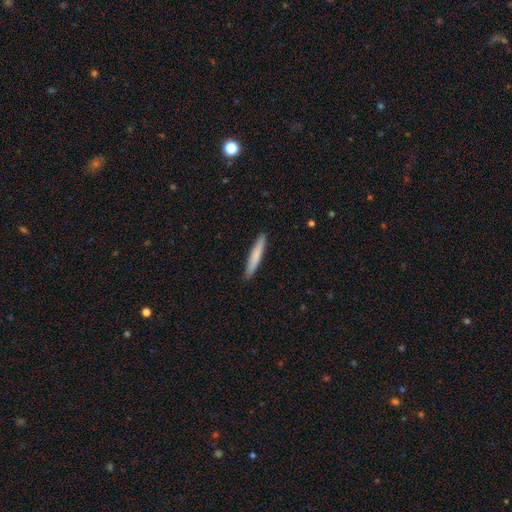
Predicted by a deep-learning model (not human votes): Morphology: type=smooth (77%); roundness=cigar-shaped (95%); merging=none (91%).